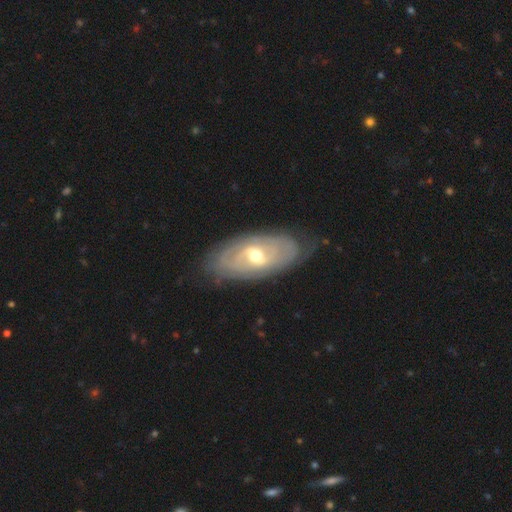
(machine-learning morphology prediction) Smooth or featured? featured or disk (79%)
Edge-on disk? no (92%)
Bar? weak (49%)
Spiral arms? yes (84%)
Spiral winding? tight (63%)
Spiral arm count? can't tell (42%)
Bulge size? moderate (67%)
Merging? none (75%)